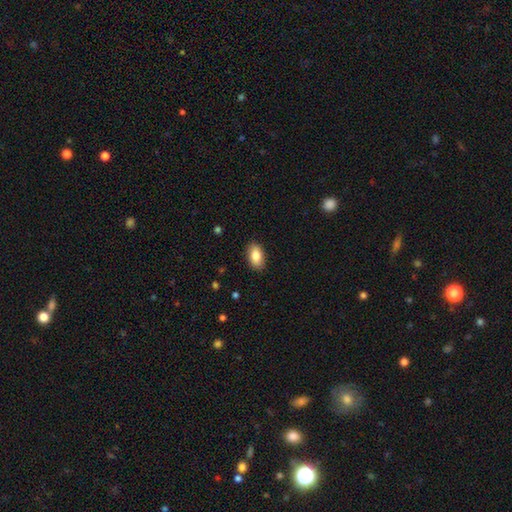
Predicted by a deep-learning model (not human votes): Smooth or featured?
  - smooth: 85% *
  - featured or disk: 8%
  - star or artifact: 7%
How rounded?
  - in between: 92% *
  - round: 5%
  - cigar-shaped: 2%
Merging?
  - none: 88% *
  - minor disturbance: 9%
  - major disturbance: 2%
  - merger: 1%